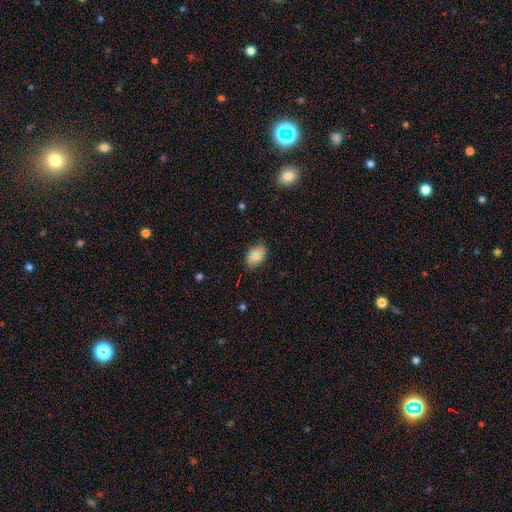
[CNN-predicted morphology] A smooth galaxy with no disk features (75%) that is in between round and cigar-shaped (87%).

Vote fractions:
- Smooth or featured? smooth: 75% / star or artifact: 17% / featured or disk: 8%
- How rounded? in between: 87% / round: 11% / cigar-shaped: 2%
- Merging? none: 82% / minor disturbance: 13% / major disturbance: 3% / merger: 2%